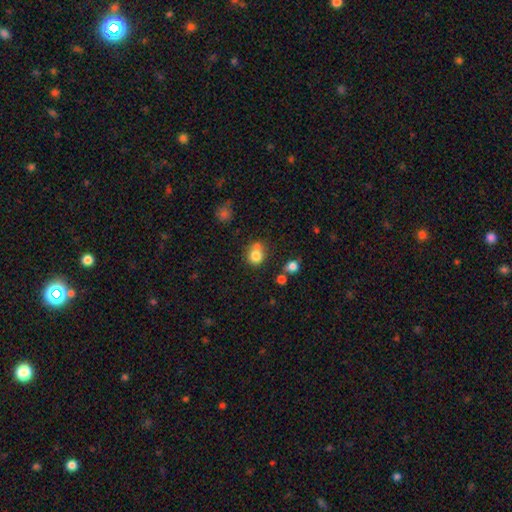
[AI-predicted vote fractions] Smooth or featured? Predicted: smooth (p=0.79). How rounded? Predicted: round (p=0.75). Merging? Predicted: none (p=0.53).